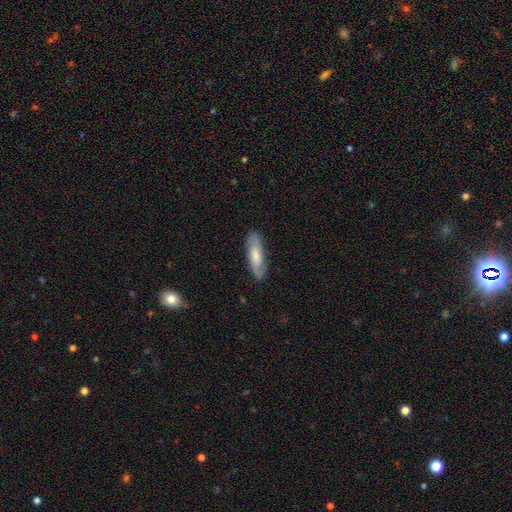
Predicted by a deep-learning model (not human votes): Morphology: type=smooth (52%); roundness=in between (49%, tied with cigar-shaped); merging=none (86%).